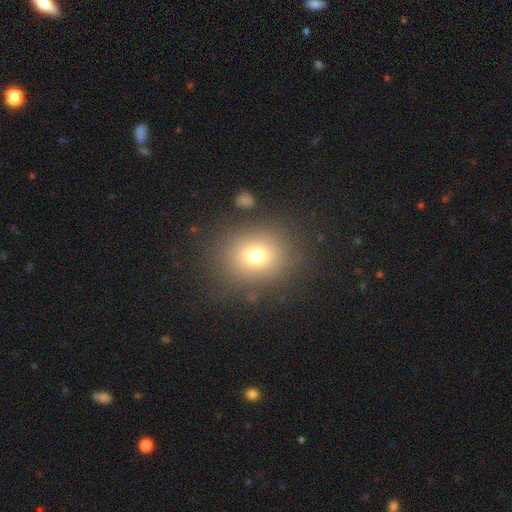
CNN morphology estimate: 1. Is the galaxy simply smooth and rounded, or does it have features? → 73% smooth, 15% star or artifact, 12% featured or disk.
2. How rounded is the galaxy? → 65% round, 34% in between, 1% cigar-shaped.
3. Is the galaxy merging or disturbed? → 82% none, 10% minor disturbance, 5% major disturbance, 3% merger.